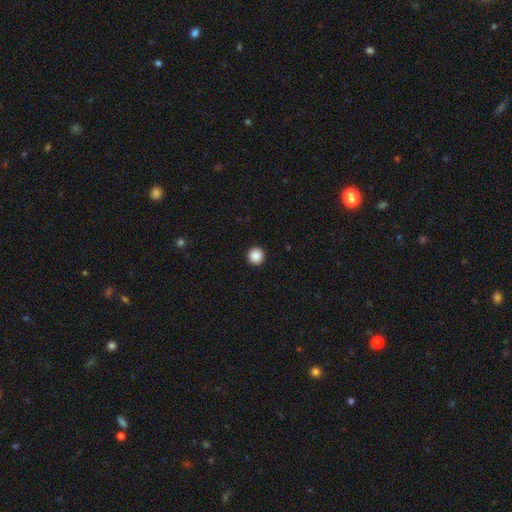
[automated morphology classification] type=smooth (89%); roundness=round (97%); merging=none (94%).